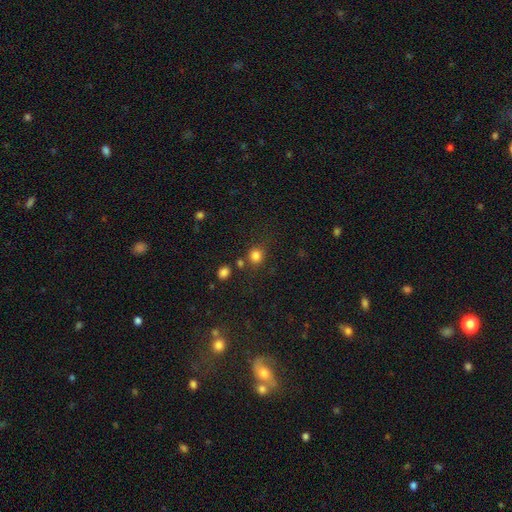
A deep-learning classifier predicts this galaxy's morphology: smooth 81%, star or artifact 14%, featured or disk 5%. Down the decision tree: how rounded — round (83%); merging — none (73%).